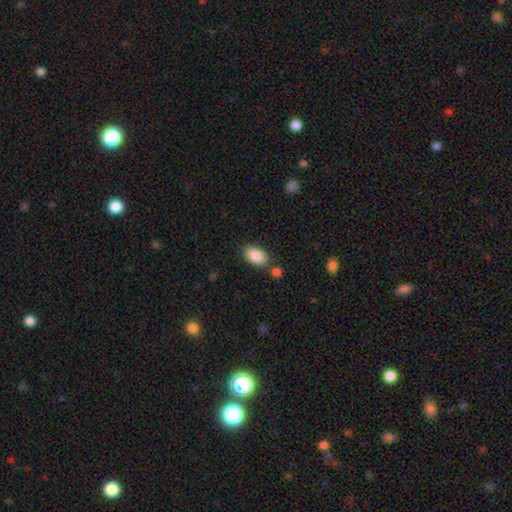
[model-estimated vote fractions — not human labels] Overall: smooth (88%). How rounded: in between (93%). Merging: none (77%).